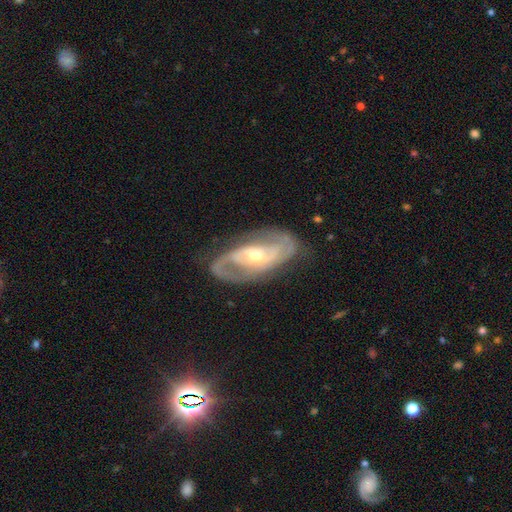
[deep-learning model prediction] Q: Smooth or featured?
A: featured or disk (88%); runner-up: smooth (7%)
Q: Edge-on disk?
A: no (95%); runner-up: yes (5%)
Q: Bar?
A: weak (39%); tied with: no (39%)
Q: Spiral arms?
A: yes (95%); runner-up: no (5%)
Q: Spiral winding?
A: medium (47%); runner-up: tight (38%)
Q: Spiral arm count?
A: 2 (83%); runner-up: can't tell (7%)
Q: Bulge size?
A: moderate (59%); runner-up: small (36%)
Q: Merging?
A: none (78%); runner-up: minor disturbance (15%)